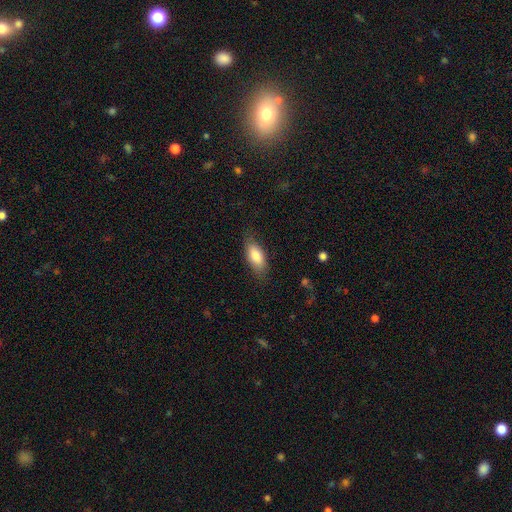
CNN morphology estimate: smooth_or_featured: smooth (p=0.82) [alt: featured or disk p=0.12]
how_rounded: in between (p=0.83) [alt: cigar-shaped p=0.14]
merging: none (p=0.77) [alt: minor disturbance p=0.17]